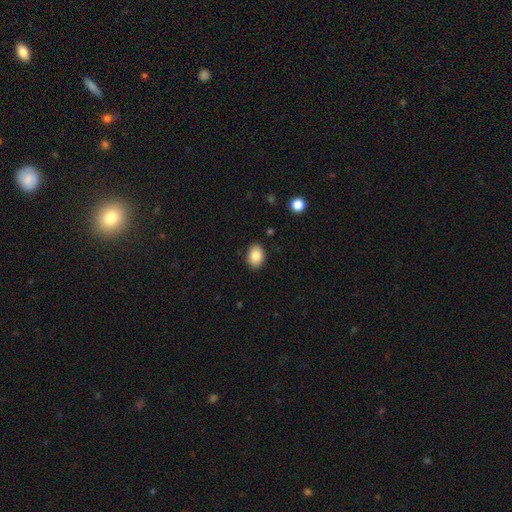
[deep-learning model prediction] Smooth or featured? Predicted: smooth (p=0.85). How rounded? Predicted: in between (p=0.73). Merging? Predicted: none (p=0.88).